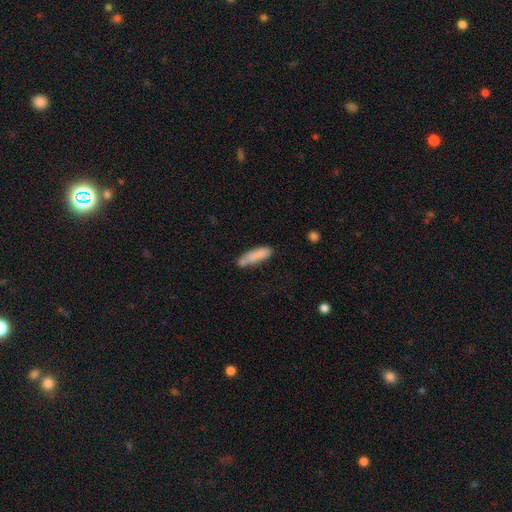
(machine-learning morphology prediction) This is clearly a smooth galaxy (80%). How rounded: likely cigar-shaped (63%). Merging: possibly none (56%).